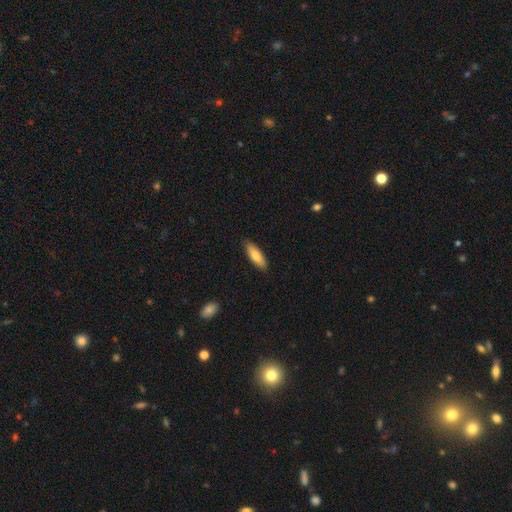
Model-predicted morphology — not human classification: A smooth galaxy with no disk features (78%) that is in between round and cigar-shaped (52%).

Vote fractions:
- Smooth or featured? smooth: 78% / featured or disk: 16% / star or artifact: 6%
- How rounded? in between: 52% / cigar-shaped: 47% / round: 2%
- Merging? none: 88% / minor disturbance: 9% / major disturbance: 2% / merger: 1%